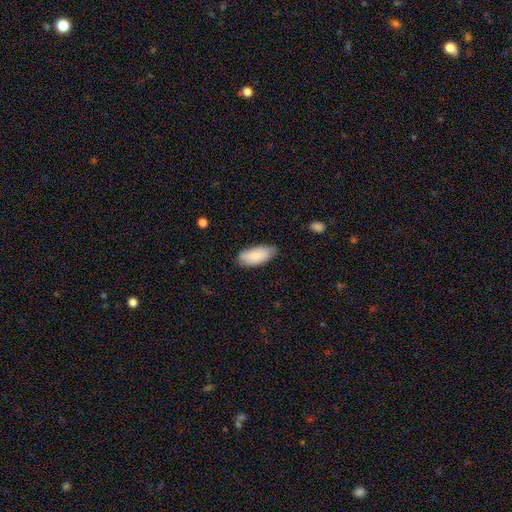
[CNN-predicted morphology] type=smooth (83%); roundness=in between (90%); merging=none (73%).